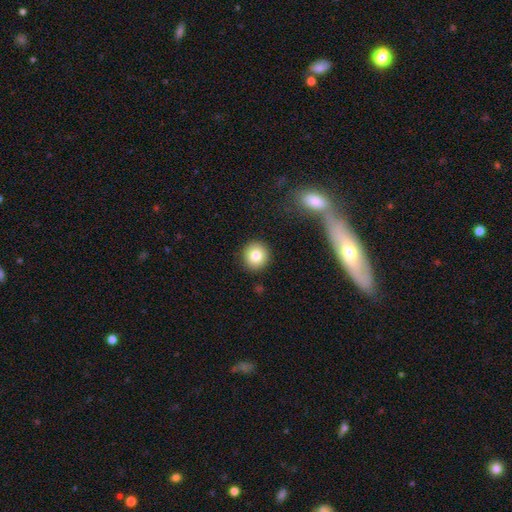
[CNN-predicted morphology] Smooth or featured? Predicted: smooth (p=0.80). How rounded? Predicted: round (p=0.92). Merging? Predicted: none (p=0.91).